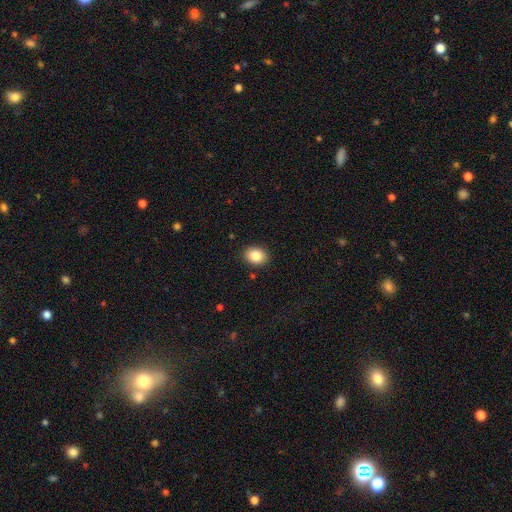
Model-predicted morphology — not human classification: smooth_or_featured: smooth (p=0.85) [alt: star or artifact p=0.09]
how_rounded: in between (p=0.64) [alt: round p=0.35]
merging: none (p=0.89) [alt: minor disturbance p=0.08]